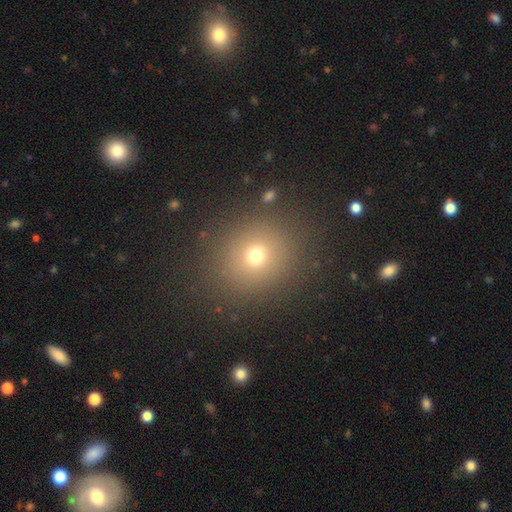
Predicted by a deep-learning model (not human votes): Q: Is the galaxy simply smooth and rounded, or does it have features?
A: smooth — 69%.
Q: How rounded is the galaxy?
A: round — 81%.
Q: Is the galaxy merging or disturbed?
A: none — 85%.